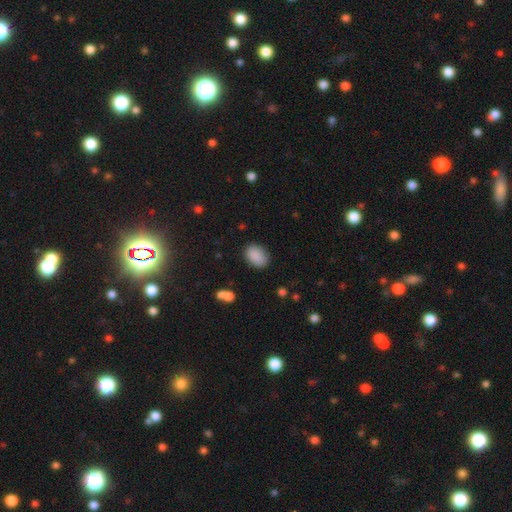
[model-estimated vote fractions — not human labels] Smooth or featured: smooth — 88% (star or artifact — 8%)
How rounded: in between — 81% (round — 18%)
Merging: none — 83% (minor disturbance — 12%)